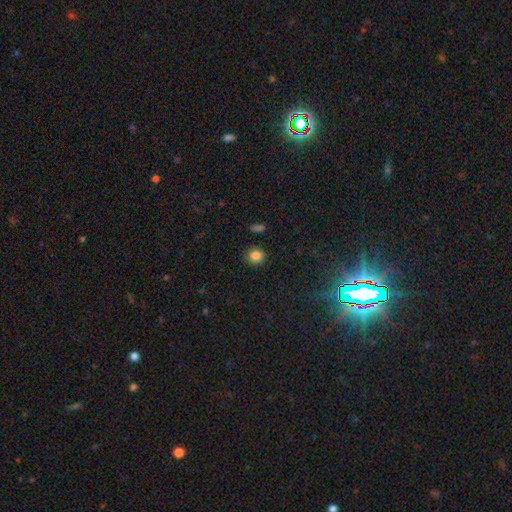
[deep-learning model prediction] smooth 85%, star or artifact 11%, featured or disk 4%. Down the decision tree: how rounded — round (88%); merging — none (89%).